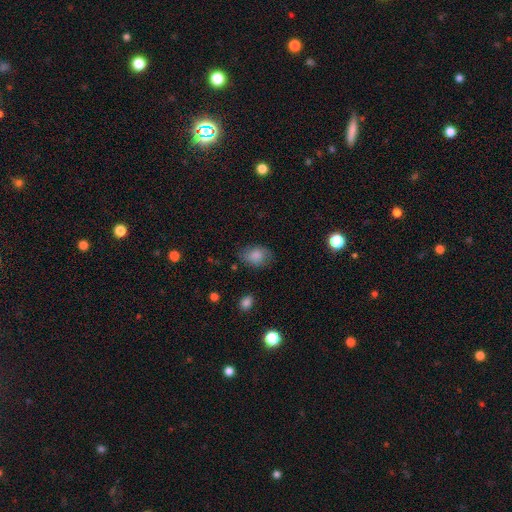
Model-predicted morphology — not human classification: type=smooth (78%); roundness=in between (72%); merging=none (70%).